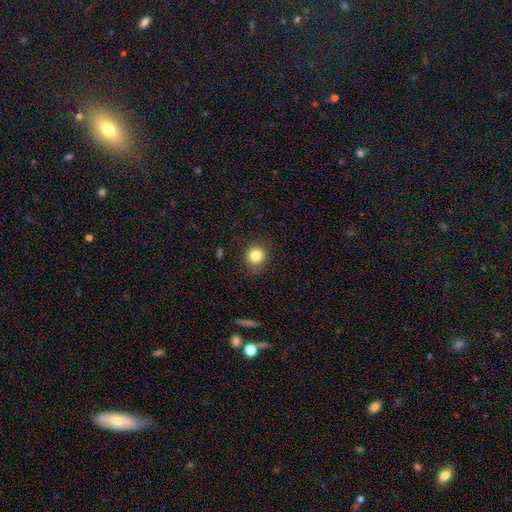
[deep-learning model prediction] smooth-or-featured: smooth: 83% | star or artifact: 11% | featured or disk: 6%
  how-rounded: round: 88% | in between: 11% | cigar-shaped: 1%
  merging: none: 86% | minor disturbance: 10% | major disturbance: 3% | merger: 1%